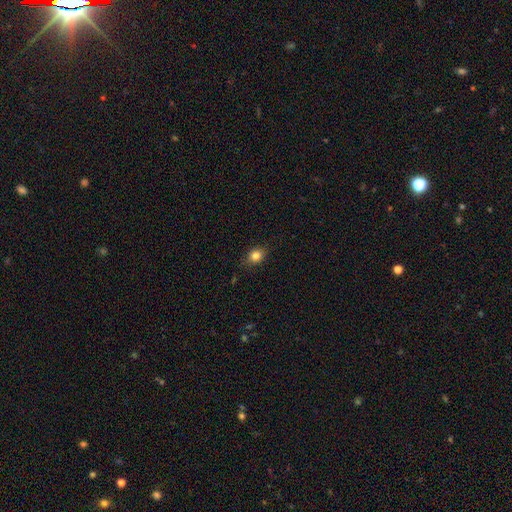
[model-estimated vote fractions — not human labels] Smooth or featured? smooth (82%)
How rounded? round (57%)
Merging? none (82%)